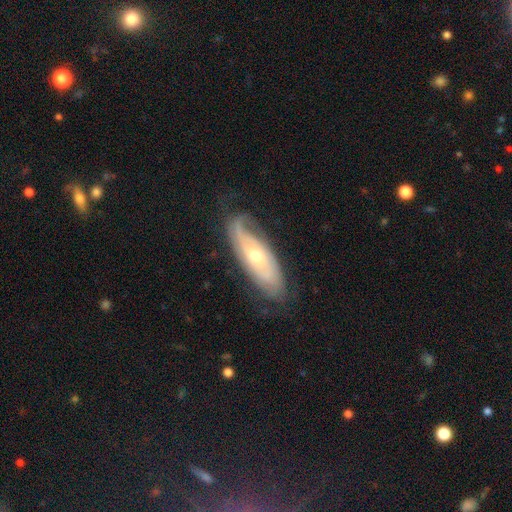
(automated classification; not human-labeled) This is likely a featured or disk galaxy (69%). It is clearly not viewed edge-on (81%). Bar: likely no (78%). Spiral arm pattern: likely yes (77%). Central bulge: possibly moderate (53%). Merging: likely none (65%).